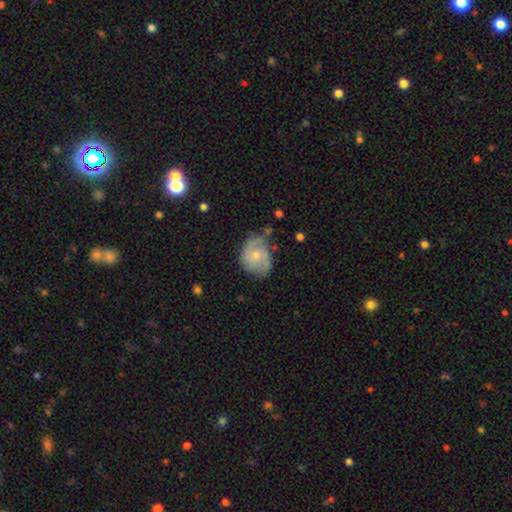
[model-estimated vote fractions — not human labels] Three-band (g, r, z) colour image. It shows a featured or disk galaxy (56%) with no bar (77%), spiral arms (78%) and a small central bulge (57%). Merging: none (48%).